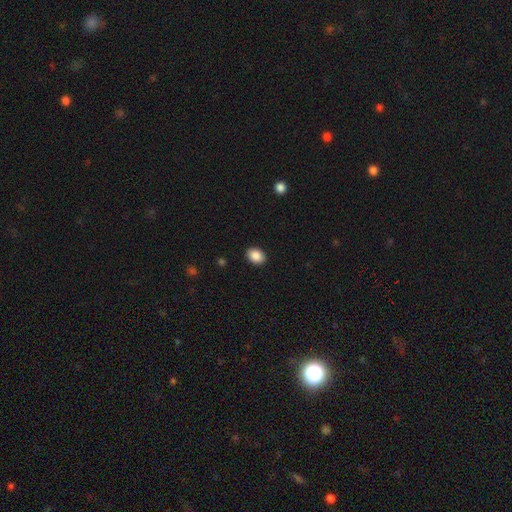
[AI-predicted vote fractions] Morphology: type=smooth (89%); roundness=in between (68%); merging=none (90%).